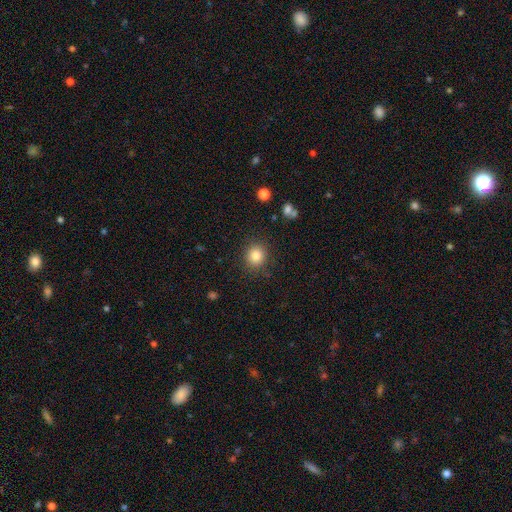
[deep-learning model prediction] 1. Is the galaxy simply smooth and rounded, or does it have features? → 83% smooth, 11% star or artifact, 6% featured or disk.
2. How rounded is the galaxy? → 83% round, 16% in between, 1% cigar-shaped.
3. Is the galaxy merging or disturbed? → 87% none, 8% minor disturbance, 3% major disturbance, 2% merger.